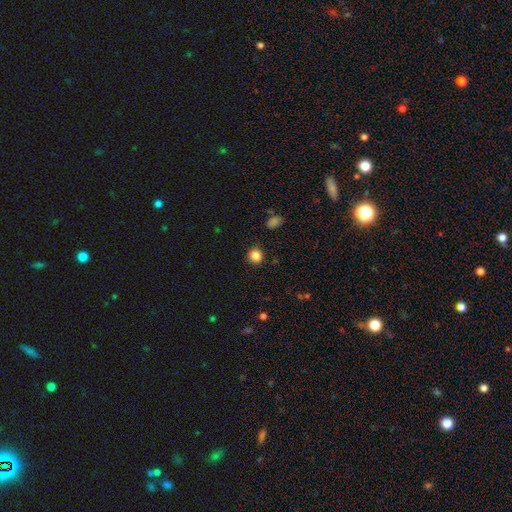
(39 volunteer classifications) Smooth or featured? smooth (90%)
How rounded? round (89%)
Merging? none (86%)